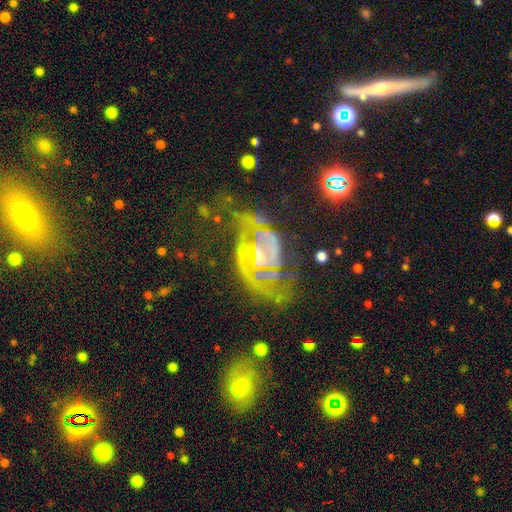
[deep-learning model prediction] This is clearly a featured or disk galaxy (87%). It is clearly not viewed edge-on (96%). Bar: marginally weak (44%). Spiral arm pattern: clearly yes (93%). Spiral arm count: likely 2 (64%). Spiral winding: marginally tight (43%, tied with medium). Central bulge: possibly small (51%). Merging: possibly none (46%).